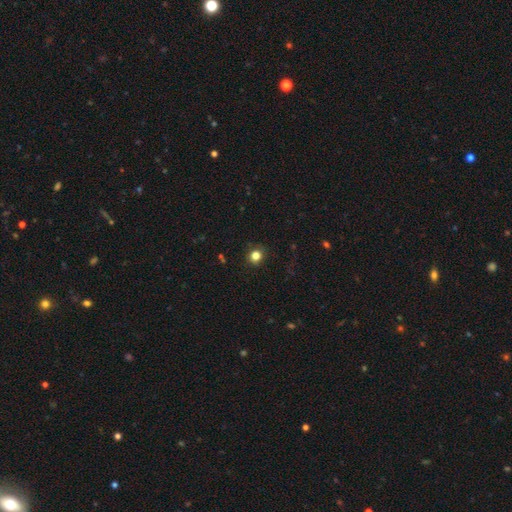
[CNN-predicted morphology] The model was most divided on "smooth or featured": smooth: 81%, star or artifact: 14%, featured or disk: 5%. More confident: merging — none (88%); how rounded — round (87%).